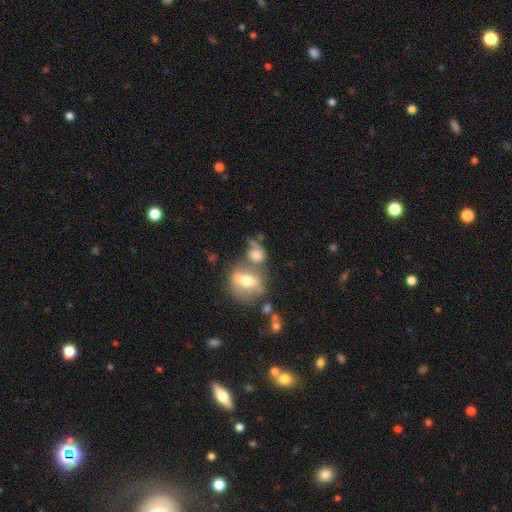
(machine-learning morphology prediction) smooth 48%, featured or disk 37%, star or artifact 15%. Down the decision tree: merging — merger (51%).